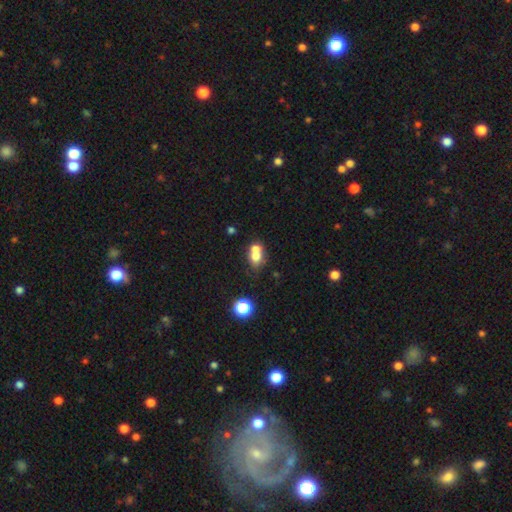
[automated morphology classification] Smooth or featured: smooth — 69% (featured or disk — 18%)
How rounded: round — 50% (in between — 49%)
Merging: merger — 60% (none — 29%)